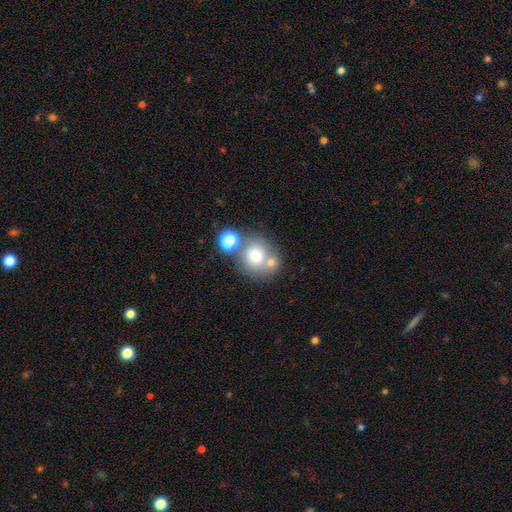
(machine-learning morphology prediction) smooth-or-featured: smooth: 73% | featured or disk: 14% | star or artifact: 12%
  how-rounded: round: 81% | in between: 18% | cigar-shaped: 1%
  merging: none: 50% | merger: 32% | minor disturbance: 12% | major disturbance: 6%